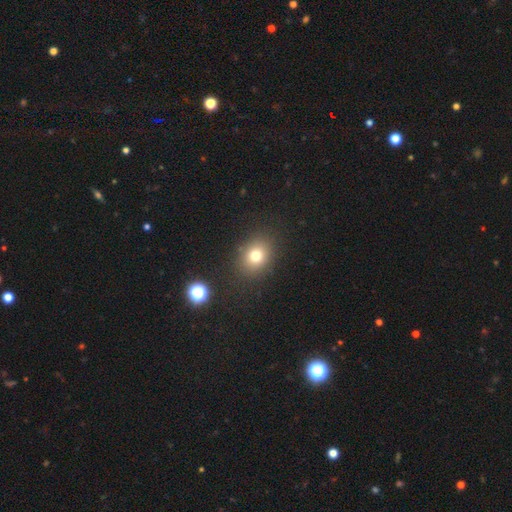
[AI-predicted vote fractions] A smooth galaxy with no disk features (75%) that is round (57%). Merging: none (86%).